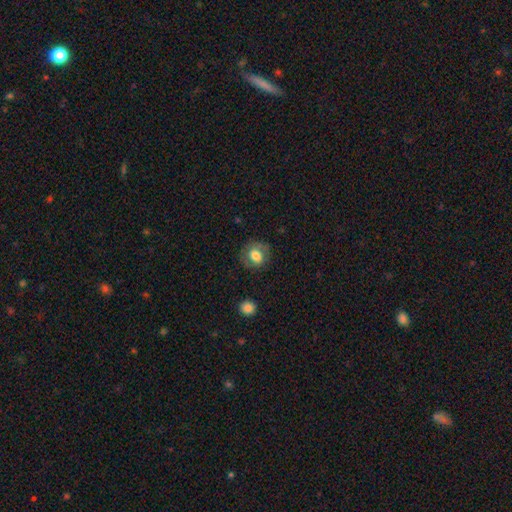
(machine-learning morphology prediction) Smooth or featured?
  - smooth: 71% *
  - featured or disk: 20%
  - star or artifact: 8%
How rounded?
  - round: 64% *
  - in between: 35%
  - cigar-shaped: 1%
Merging?
  - none: 76% *
  - minor disturbance: 16%
  - major disturbance: 7%
  - merger: 1%